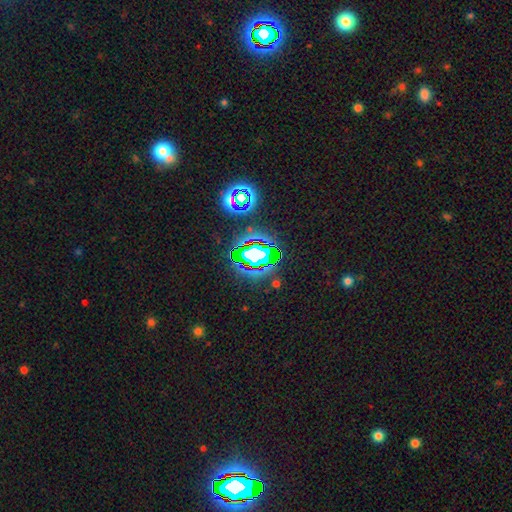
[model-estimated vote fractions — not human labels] Smooth or featured? star or artifact (65%)